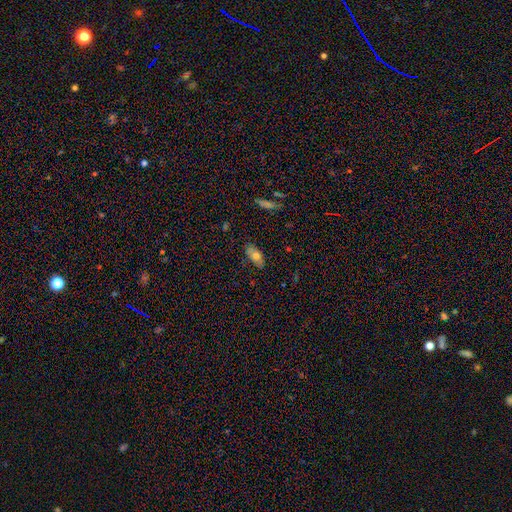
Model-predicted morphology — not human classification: Smooth or featured? Predicted: smooth (p=0.72). How rounded? Predicted: in between (p=0.84). Merging? Predicted: none (p=0.81).